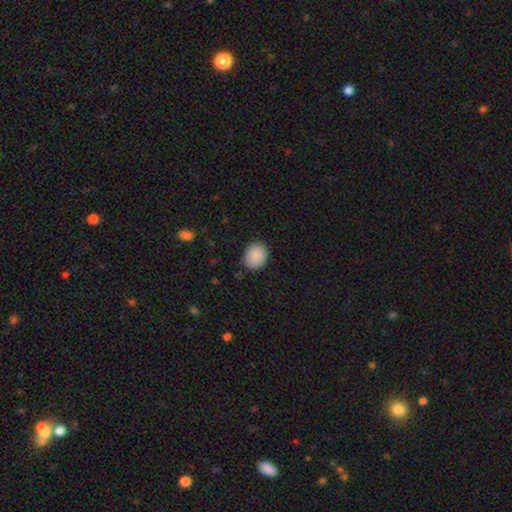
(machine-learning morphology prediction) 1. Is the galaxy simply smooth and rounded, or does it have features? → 89% smooth, 7% star or artifact, 3% featured or disk.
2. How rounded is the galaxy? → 59% round, 40% in between, 1% cigar-shaped.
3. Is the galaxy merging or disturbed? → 87% none, 10% minor disturbance, 2% major disturbance, 1% merger.